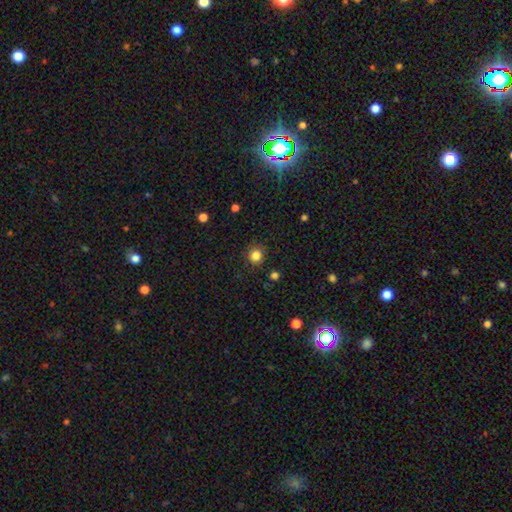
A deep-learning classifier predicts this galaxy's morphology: Smooth or featured?
  - smooth: 84% *
  - star or artifact: 12%
  - featured or disk: 4%
How rounded?
  - round: 92% *
  - in between: 7%
  - cigar-shaped: 1%
Merging?
  - none: 89% *
  - minor disturbance: 7%
  - major disturbance: 2%
  - merger: 1%